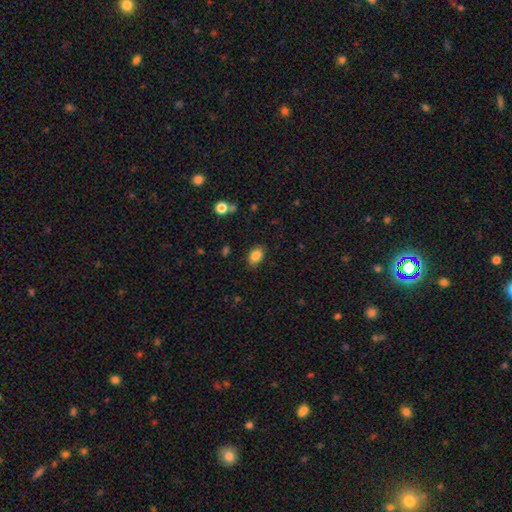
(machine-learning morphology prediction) This is clearly a smooth galaxy (85%). How rounded: clearly in between (83%). Merging: clearly none (84%).